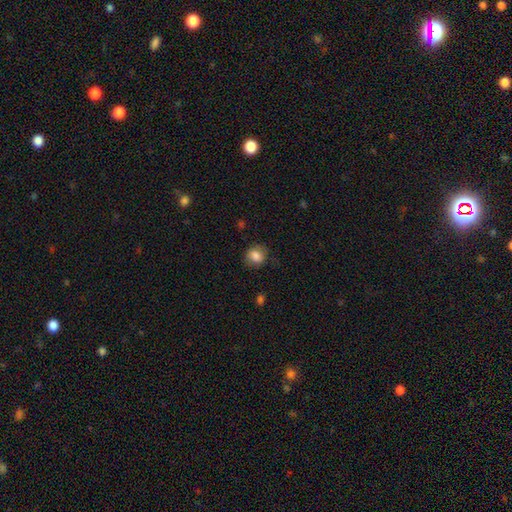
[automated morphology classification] smooth 83%, star or artifact 9%, featured or disk 8%. Down the decision tree: how rounded — round (75%); merging — none (77%).